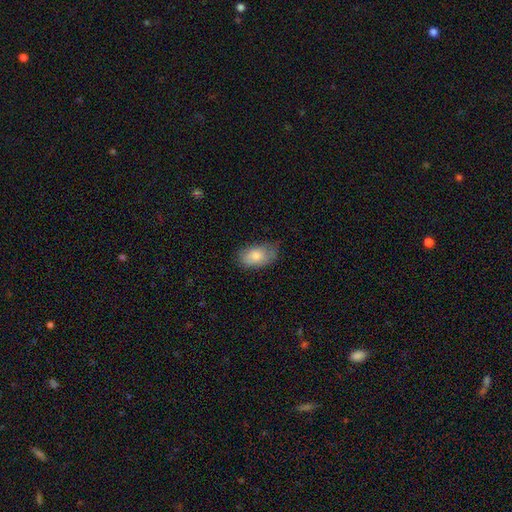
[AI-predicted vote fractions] Morphology: type=smooth (81%); roundness=in between (91%); merging=none (63%).